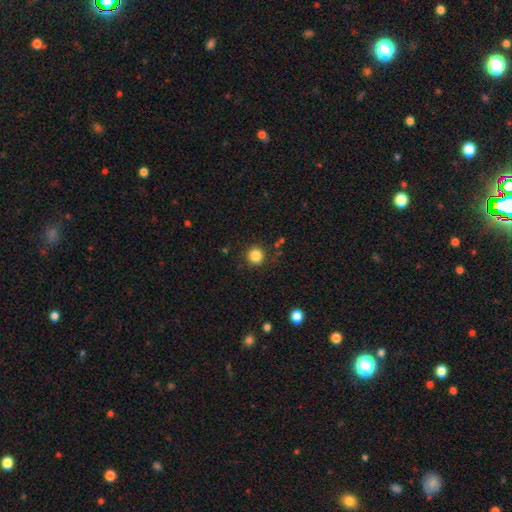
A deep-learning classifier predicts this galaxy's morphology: A smooth galaxy with no disk features (85%) that is round (90%). Merging: none (86%).